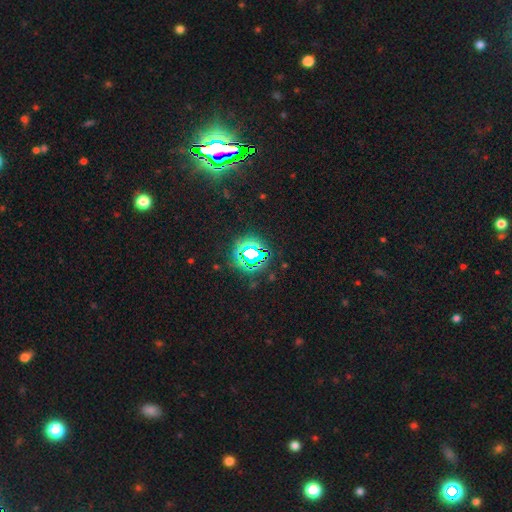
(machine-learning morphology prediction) A star or artifact, not a galaxy (77%).